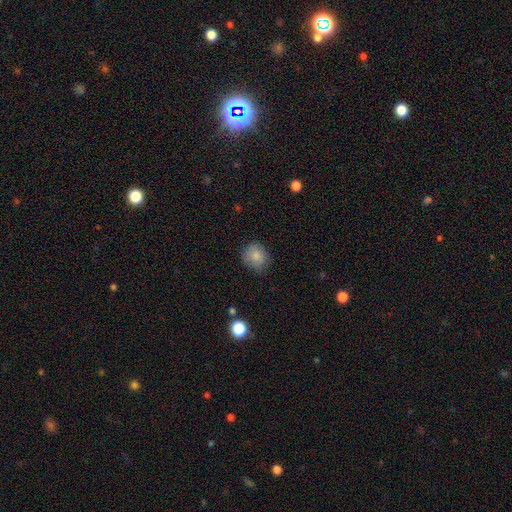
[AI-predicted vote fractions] Morphology: type=smooth (83%); roundness=round (82%); merging=none (78%).